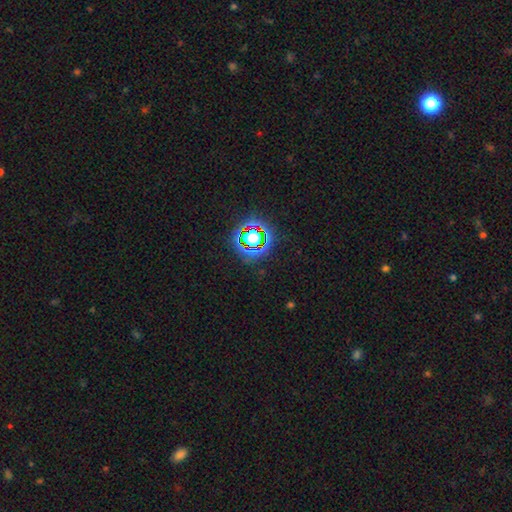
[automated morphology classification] Smooth or featured? star or artifact (78%)